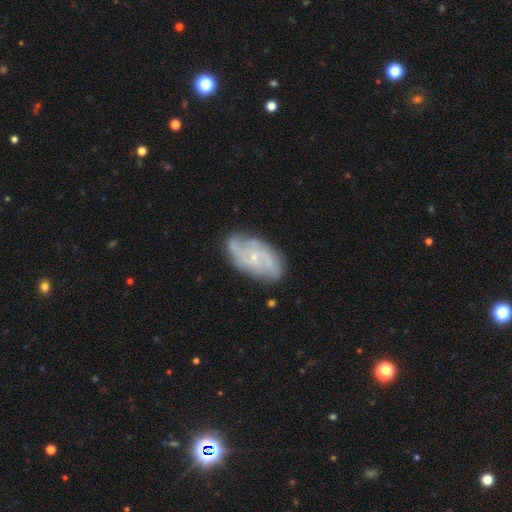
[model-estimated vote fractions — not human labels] Smooth or featured? featured or disk (68%)
Edge-on disk? no (94%)
Bar? no (65%)
Spiral arms? yes (87%)
Spiral winding? tight (40%)
Spiral arm count? can't tell (36%)
Bulge size? small (76%)
Merging? none (78%)